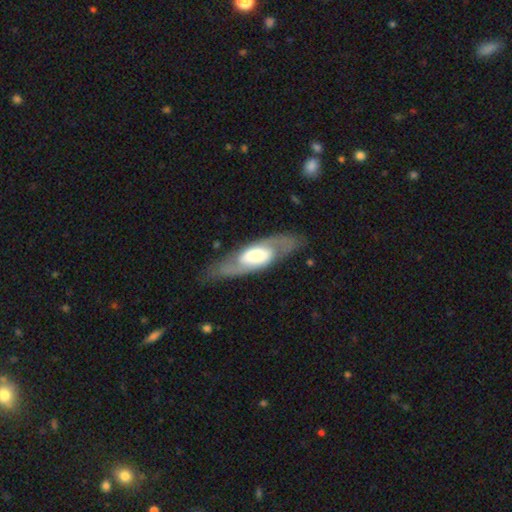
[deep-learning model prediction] Morphology: type=featured or disk (68%); edge-on=no (81%); bar=no (50%); spiral arms=yes (79%); bulge=large (50%); merging=none (71%).